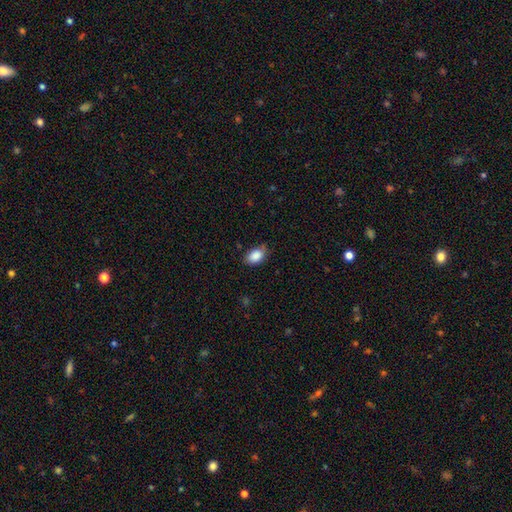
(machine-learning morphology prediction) Smooth or featured? smooth (88%)
How rounded? in between (89%)
Merging? none (73%)